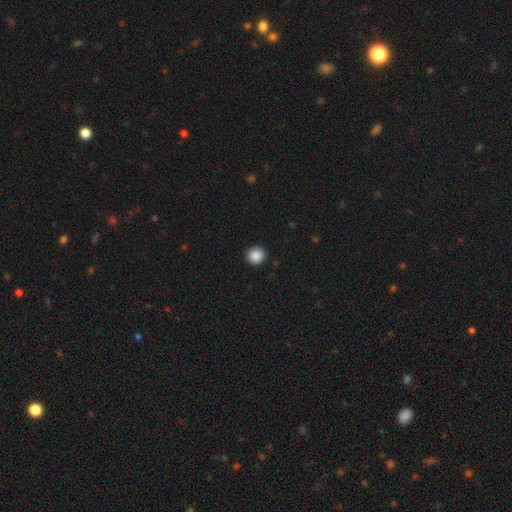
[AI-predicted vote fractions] Smooth or featured: smooth — 88% (star or artifact — 9%)
How rounded: round — 91% (in between — 8%)
Merging: none — 92% (minor disturbance — 5%)